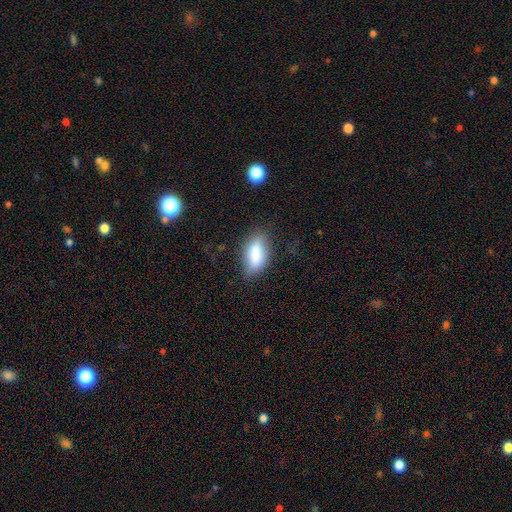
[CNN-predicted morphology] The model was most divided on "merging": none: 70%, minor disturbance: 21%, major disturbance: 7%, merger: 2%. More confident: how rounded — in between (85%); smooth or featured — smooth (81%).